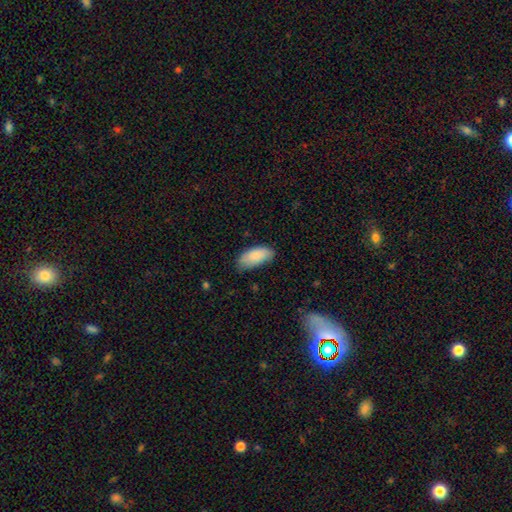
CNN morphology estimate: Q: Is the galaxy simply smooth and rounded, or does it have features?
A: smooth — 88%.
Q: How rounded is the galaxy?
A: in between — 92%.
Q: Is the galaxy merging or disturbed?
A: none — 71%.